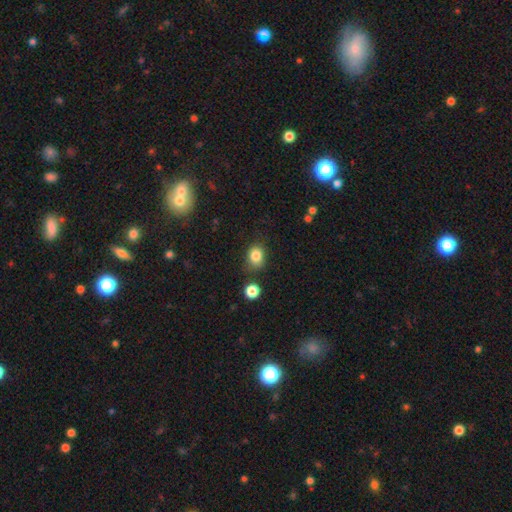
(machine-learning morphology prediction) smooth-or-featured: smooth: 83% | star or artifact: 11% | featured or disk: 6%
  how-rounded: round: 50% | in between: 49% | cigar-shaped: 1%
  merging: none: 73% | minor disturbance: 17% | merger: 5% | major disturbance: 4%